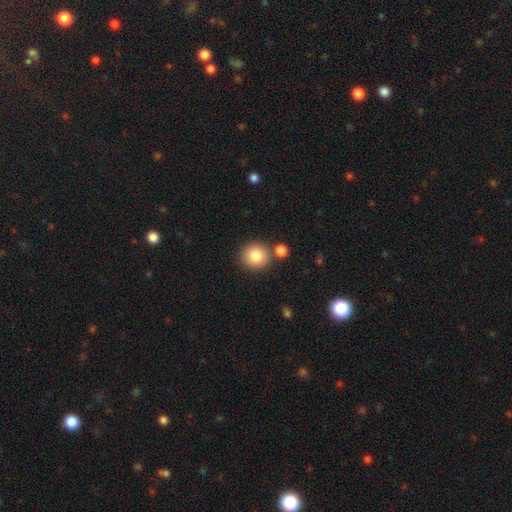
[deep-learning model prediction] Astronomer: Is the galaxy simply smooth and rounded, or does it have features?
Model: smooth — 83%.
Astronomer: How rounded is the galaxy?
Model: round — 90%.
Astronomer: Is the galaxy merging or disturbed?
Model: none — 77%.